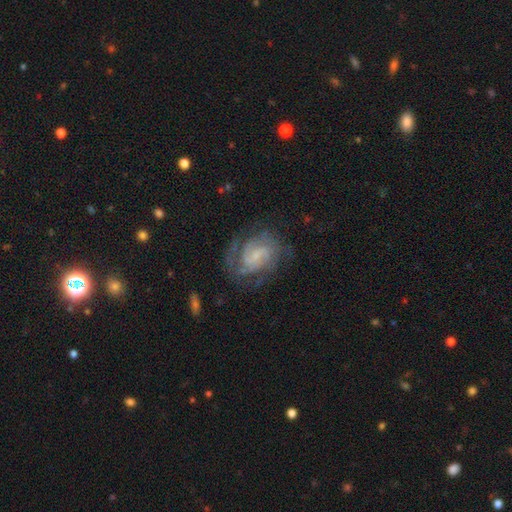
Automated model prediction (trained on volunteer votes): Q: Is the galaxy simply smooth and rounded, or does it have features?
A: featured or disk — 81%.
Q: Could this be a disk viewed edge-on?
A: no — 98%.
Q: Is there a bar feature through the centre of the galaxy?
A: weak — 49%.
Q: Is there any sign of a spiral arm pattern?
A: yes — 94%.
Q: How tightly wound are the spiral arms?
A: tight — 49%.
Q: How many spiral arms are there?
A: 2 — 45%.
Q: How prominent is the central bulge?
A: small — 50%.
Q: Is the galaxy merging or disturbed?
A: none — 68%.